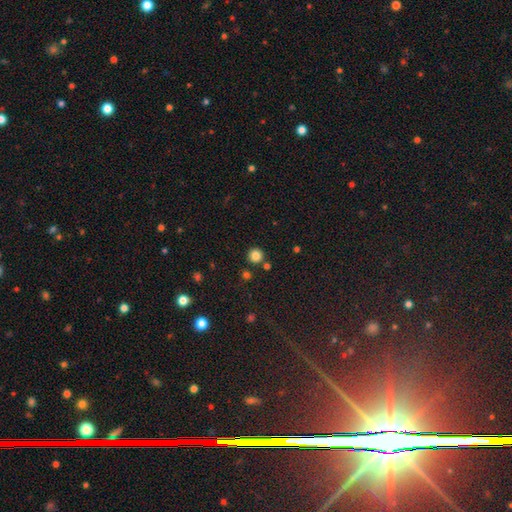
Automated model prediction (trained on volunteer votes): smooth-or-featured: smooth: 82% | star or artifact: 13% | featured or disk: 5%
  how-rounded: round: 95% | in between: 4% | cigar-shaped: 1%
  merging: none: 86% | minor disturbance: 6% | merger: 6% | major disturbance: 2%